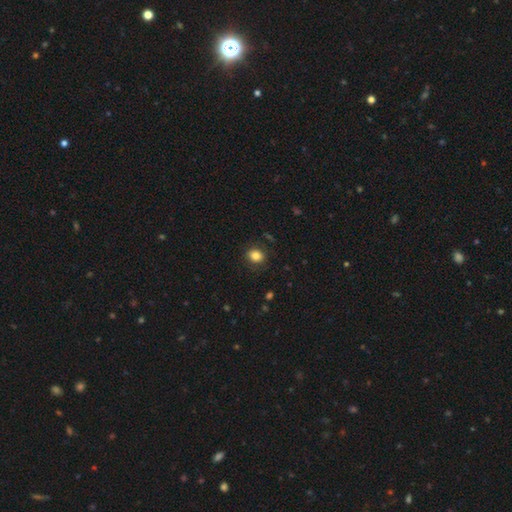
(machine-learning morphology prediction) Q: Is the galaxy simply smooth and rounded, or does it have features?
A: smooth — 83%.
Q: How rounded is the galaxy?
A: round — 64%.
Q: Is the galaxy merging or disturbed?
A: none — 86%.